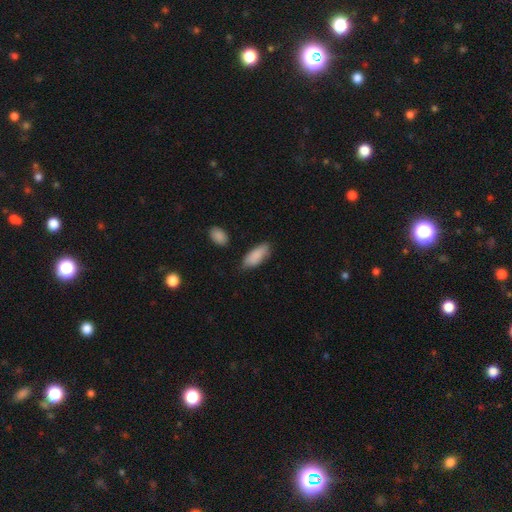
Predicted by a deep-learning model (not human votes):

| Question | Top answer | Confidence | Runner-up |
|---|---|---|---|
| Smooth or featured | smooth | 88% | featured or disk (6%) |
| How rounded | in between | 83% | cigar-shaped (15%) |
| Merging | none | 73% | minor disturbance (20%) |